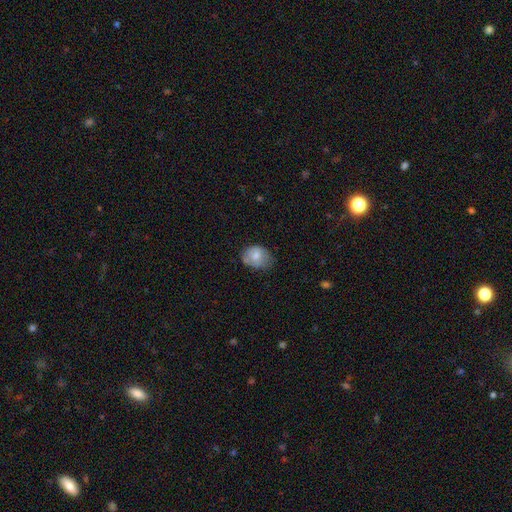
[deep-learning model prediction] Overall: smooth (70%). How rounded: in between (59%; round 40%). Merging: none (55%; minor disturbance 35%).